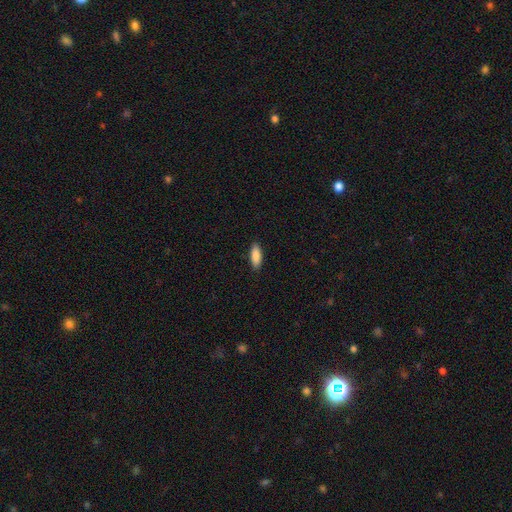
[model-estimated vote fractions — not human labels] Q: Smooth or featured?
A: smooth (88%); runner-up: star or artifact (6%)
Q: How rounded?
A: in between (70%); runner-up: cigar-shaped (29%)
Q: Merging?
A: none (89%); runner-up: minor disturbance (9%)